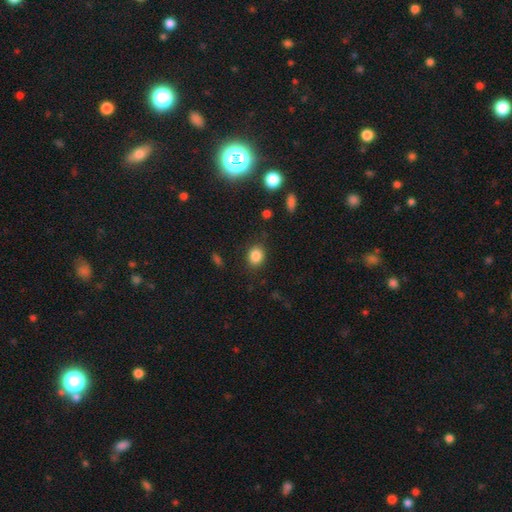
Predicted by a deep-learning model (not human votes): Smooth or featured? Predicted: smooth (p=0.85). How rounded? Predicted: round (p=0.58). Merging? Predicted: none (p=0.83).